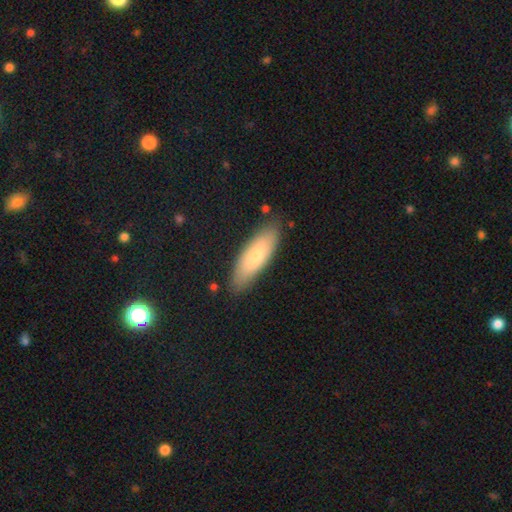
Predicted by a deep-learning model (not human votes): smooth 73%, featured or disk 21%, star or artifact 6%. Down the decision tree: how rounded — in between (58%); merging — none (83%).